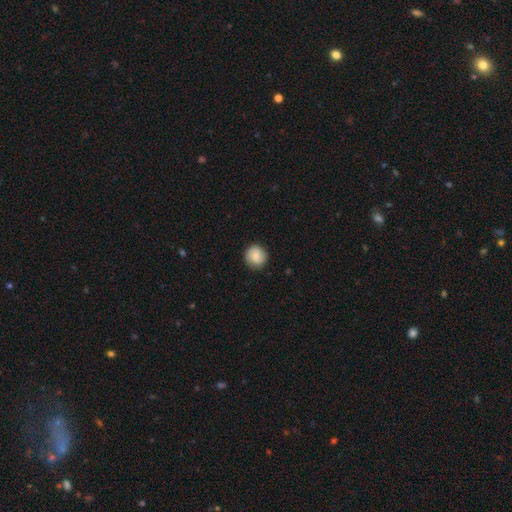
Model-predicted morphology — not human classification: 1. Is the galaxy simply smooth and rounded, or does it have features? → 80% smooth, 13% featured or disk, 7% star or artifact.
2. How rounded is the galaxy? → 93% round, 6% in between, 1% cigar-shaped.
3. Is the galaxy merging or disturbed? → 87% none, 10% minor disturbance, 2% major disturbance, 1% merger.